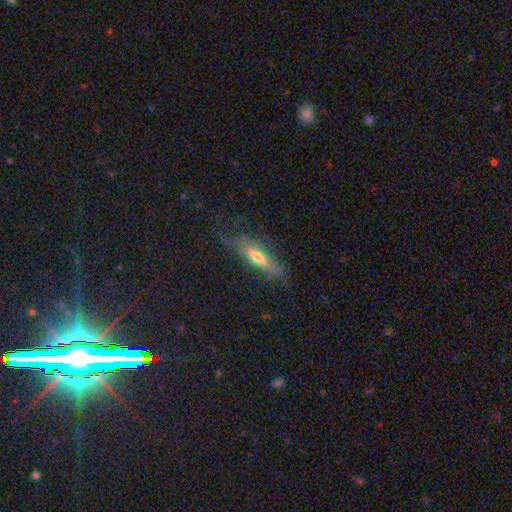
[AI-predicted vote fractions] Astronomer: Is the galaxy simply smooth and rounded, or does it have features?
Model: featured or disk — 47% (runner-up: smooth, 43%).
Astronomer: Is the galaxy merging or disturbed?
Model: none — 62%.